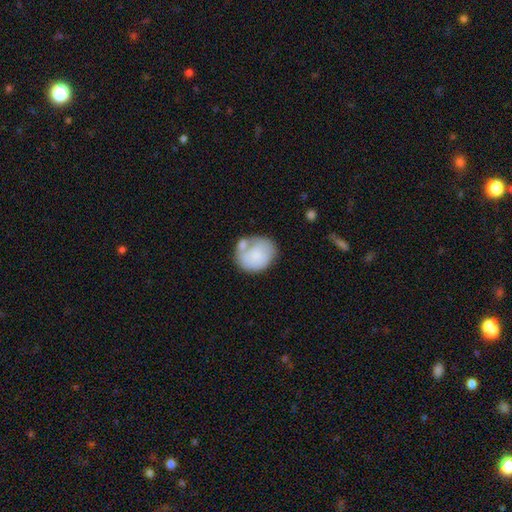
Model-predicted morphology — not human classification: Smooth or featured?
  - smooth: 69% *
  - featured or disk: 24%
  - star or artifact: 7%
How rounded?
  - round: 53% *
  - in between: 46%
  - cigar-shaped: 1%
Merging?
  - none: 38% *
  - merger: 28%
  - minor disturbance: 23%
  - major disturbance: 11%